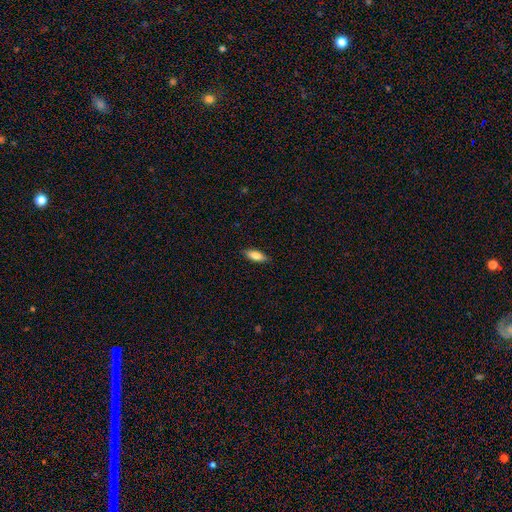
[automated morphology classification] Smooth or featured? smooth (78%)
How rounded? in between (73%)
Merging? none (87%)